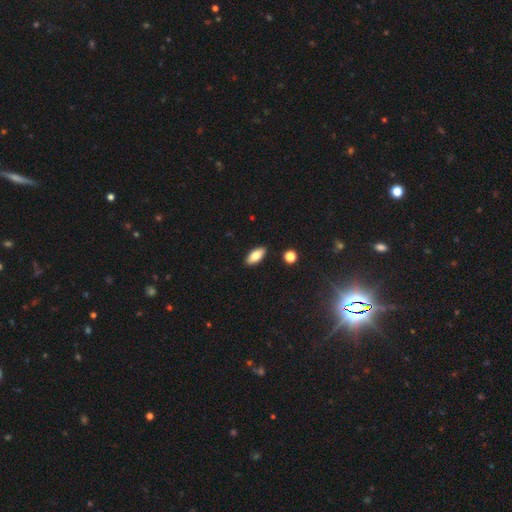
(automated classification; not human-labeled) Smooth or featured? Predicted: smooth (p=0.80). How rounded? Predicted: in between (p=0.88). Merging? Predicted: none (p=0.89).